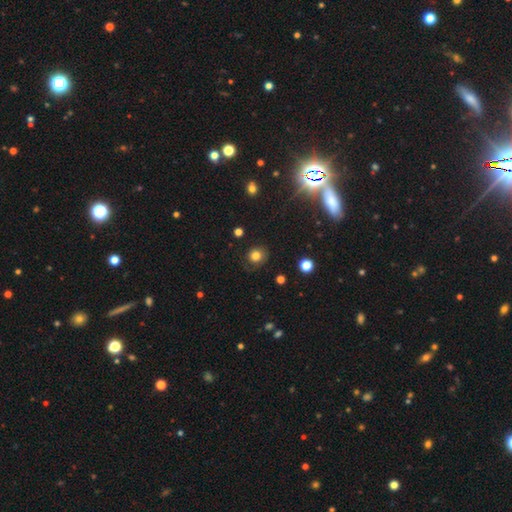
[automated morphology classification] Smooth or featured?
  - smooth: 77% *
  - star or artifact: 14%
  - featured or disk: 8%
How rounded?
  - round: 84% *
  - in between: 15%
  - cigar-shaped: 1%
Merging?
  - none: 77% *
  - minor disturbance: 15%
  - major disturbance: 6%
  - merger: 2%